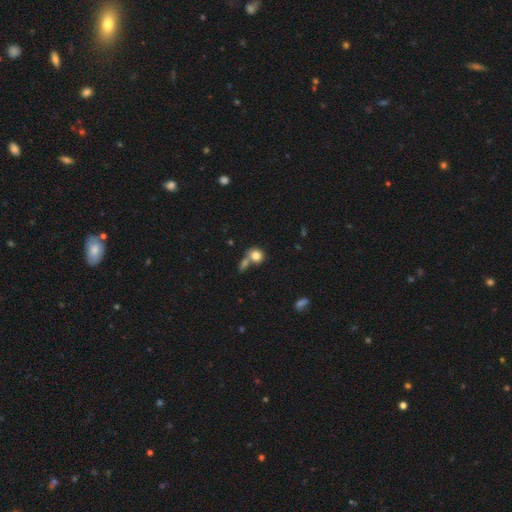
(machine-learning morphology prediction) Smooth or featured?
  - smooth: 81% *
  - star or artifact: 10%
  - featured or disk: 9%
How rounded?
  - round: 78% *
  - in between: 21%
  - cigar-shaped: 1%
Merging?
  - none: 46% *
  - merger: 38%
  - minor disturbance: 11%
  - major disturbance: 5%